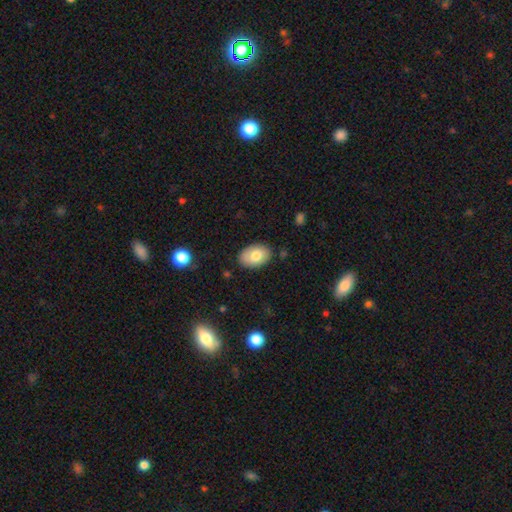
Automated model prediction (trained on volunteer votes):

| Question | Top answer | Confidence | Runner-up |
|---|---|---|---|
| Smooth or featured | smooth | 76% | featured or disk (17%) |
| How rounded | in between | 88% | round (11%) |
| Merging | none | 84% | minor disturbance (12%) |